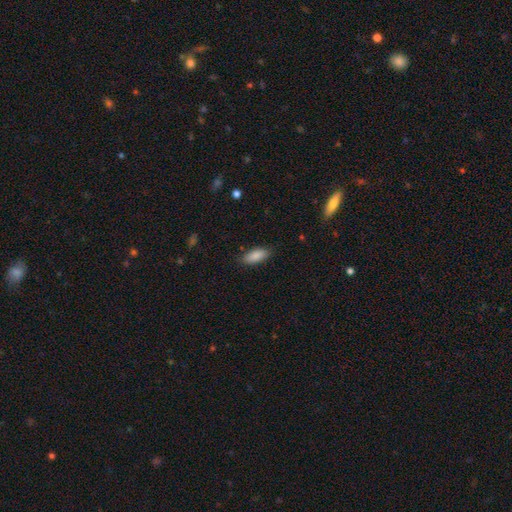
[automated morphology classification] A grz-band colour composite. It shows a smooth galaxy with no disk features (88%) that is in between round and cigar-shaped (83%). Merging: none (86%).